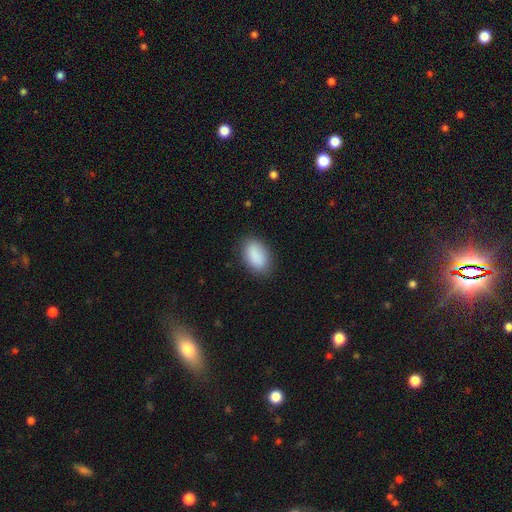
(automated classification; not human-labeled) smooth-or-featured: smooth: 89% | star or artifact: 7% | featured or disk: 4%
  how-rounded: in between: 91% | round: 7% | cigar-shaped: 2%
  merging: none: 84% | minor disturbance: 12% | major disturbance: 3% | merger: 1%